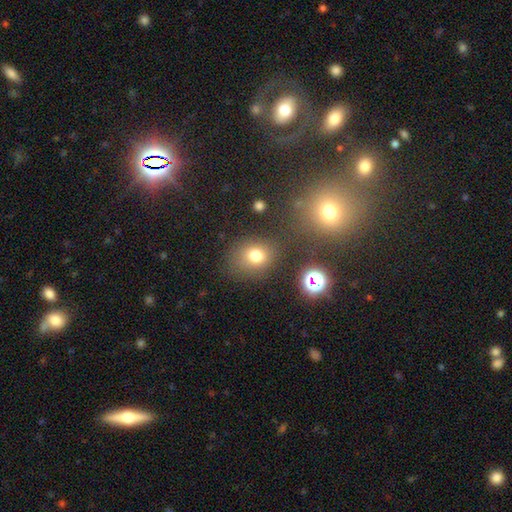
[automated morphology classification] Smooth or featured? Predicted: smooth (p=0.75). How rounded? Predicted: round (p=0.62). Merging? Predicted: none (p=0.76).